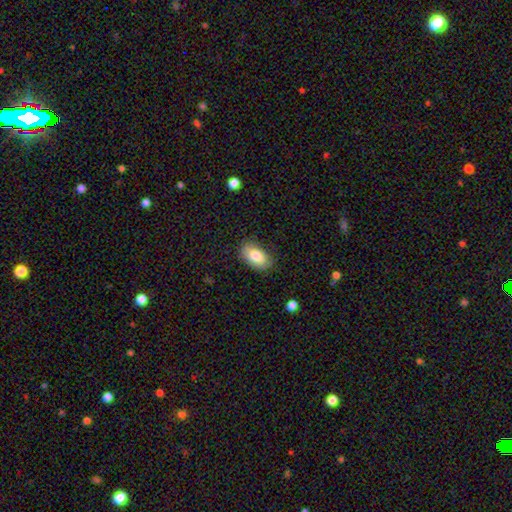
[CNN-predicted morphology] Q: Smooth or featured?
A: smooth (81%); runner-up: featured or disk (12%)
Q: How rounded?
A: in between (92%); runner-up: round (6%)
Q: Merging?
A: none (81%); runner-up: minor disturbance (15%)